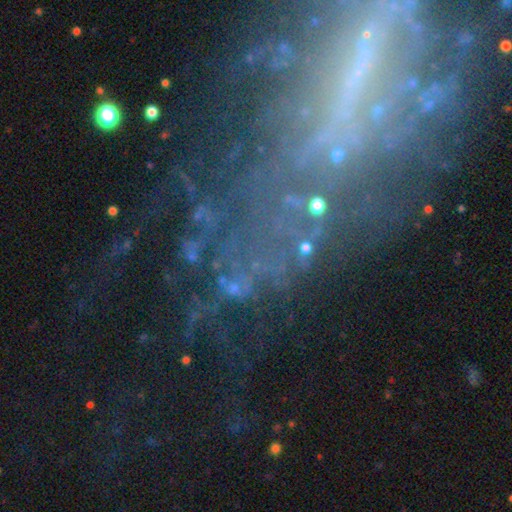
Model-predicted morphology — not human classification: This appears to be a featured or disk galaxy (48%). Merging: none (54%).